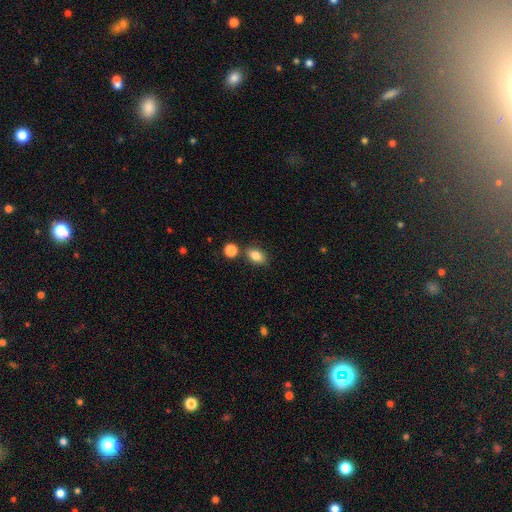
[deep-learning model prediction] Q: Smooth or featured?
A: smooth (83%); runner-up: star or artifact (9%)
Q: How rounded?
A: in between (84%); runner-up: round (13%)
Q: Merging?
A: none (74%); runner-up: minor disturbance (12%)